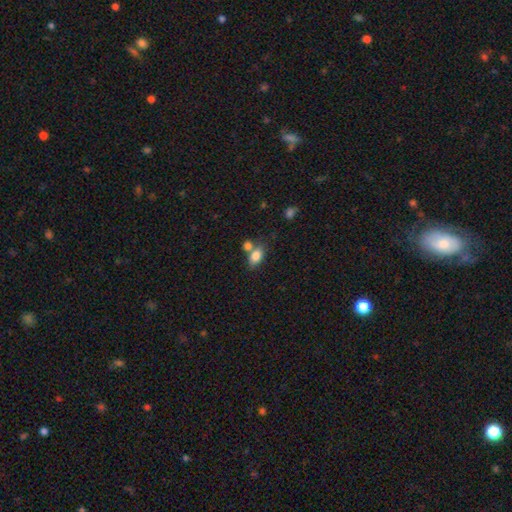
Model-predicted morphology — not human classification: This appears to be a smooth galaxy with no disk features (82%) that is in between round and cigar-shaped (83%). Merging: none (50%).